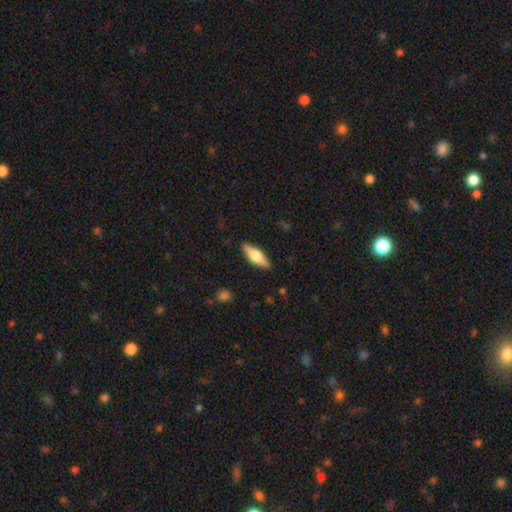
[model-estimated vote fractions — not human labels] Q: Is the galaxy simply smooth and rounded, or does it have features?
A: smooth — 52%.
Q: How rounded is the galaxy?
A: in between — 56%.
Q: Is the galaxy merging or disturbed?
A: none — 88%.